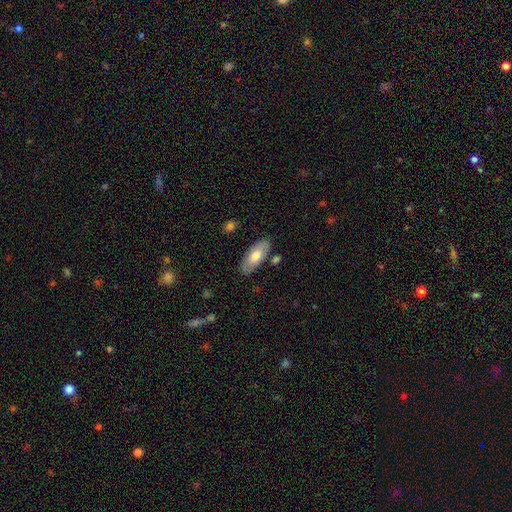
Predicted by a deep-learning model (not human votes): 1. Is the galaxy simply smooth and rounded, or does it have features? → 68% smooth, 26% featured or disk, 6% star or artifact.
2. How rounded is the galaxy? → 85% in between, 12% cigar-shaped, 2% round.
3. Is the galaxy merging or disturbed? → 83% none, 11% minor disturbance, 4% merger, 2% major disturbance.